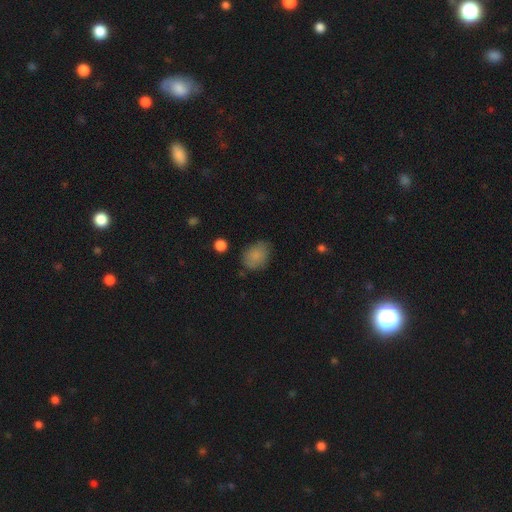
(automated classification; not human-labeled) Smooth or featured? Predicted: smooth (p=0.83). How rounded? Predicted: in between (p=0.68). Merging? Predicted: none (p=0.70).